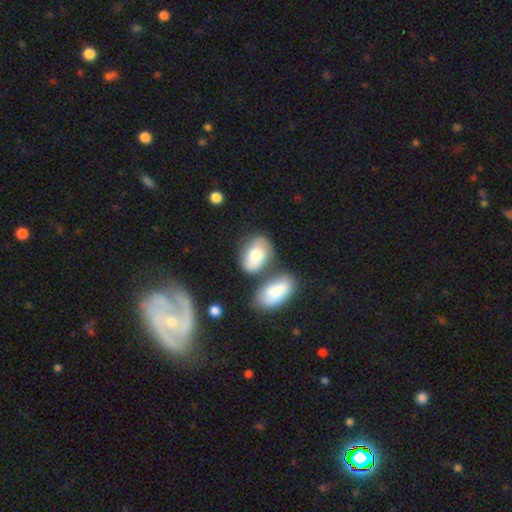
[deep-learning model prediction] Q: Smooth or featured?
A: smooth (73%); runner-up: featured or disk (20%)
Q: How rounded?
A: in between (86%); runner-up: round (12%)
Q: Merging?
A: none (44%); runner-up: merger (27%)